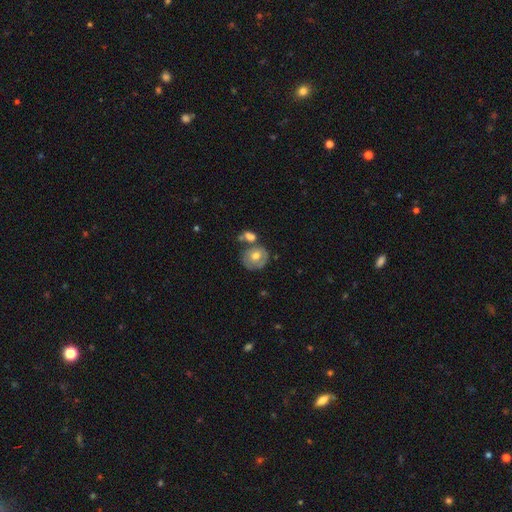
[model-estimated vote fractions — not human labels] Overall: smooth (51%; featured or disk 41%). How rounded: round (78%). Merging: none (55%; merger 24%).